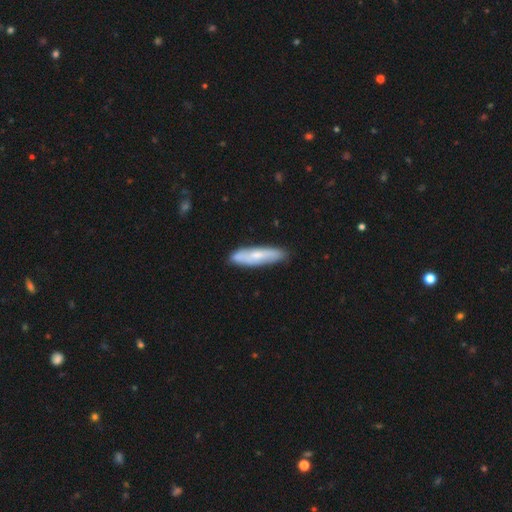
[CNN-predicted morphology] This is possibly a smooth galaxy (56%). How rounded: likely cigar-shaped (75%). Merging: clearly none (83%).